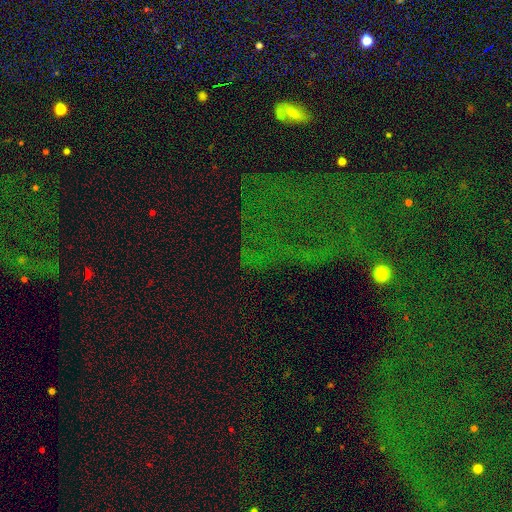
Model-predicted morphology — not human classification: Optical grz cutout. It shows a star or artifact, not a galaxy (67%).